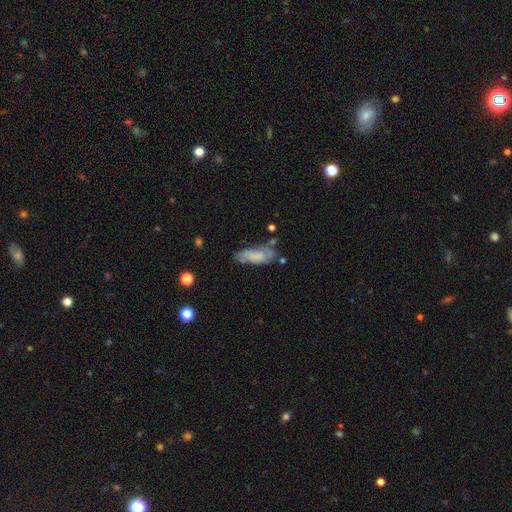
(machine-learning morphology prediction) Smooth or featured? Predicted: smooth (p=0.61). How rounded? Predicted: in between (p=0.72). Merging? Predicted: none (p=0.46).